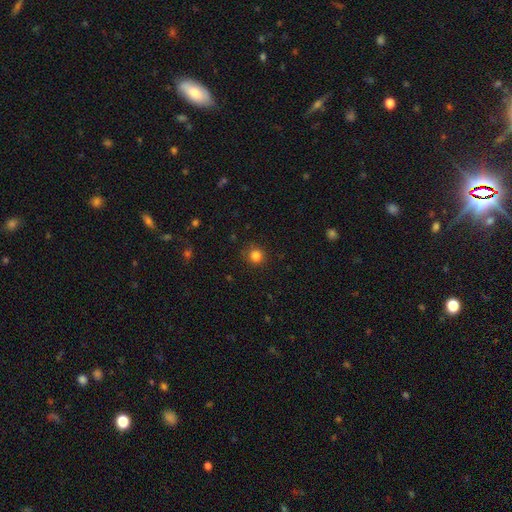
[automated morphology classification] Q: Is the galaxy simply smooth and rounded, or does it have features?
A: smooth — 84%.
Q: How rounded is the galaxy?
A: round — 91%.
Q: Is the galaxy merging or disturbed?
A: none — 87%.